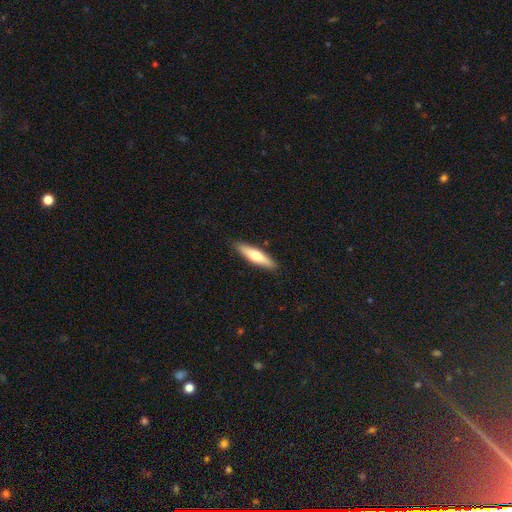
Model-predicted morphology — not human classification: Smooth or featured? smooth (61%)
How rounded? cigar-shaped (75%)
Merging? none (89%)